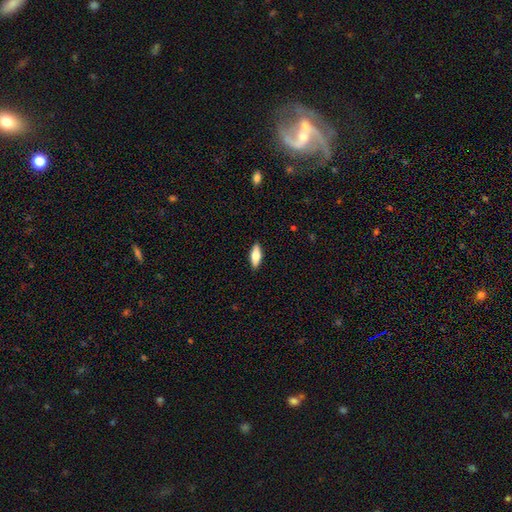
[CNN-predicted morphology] Smooth or featured? smooth (64%)
How rounded? in between (65%)
Merging? none (89%)